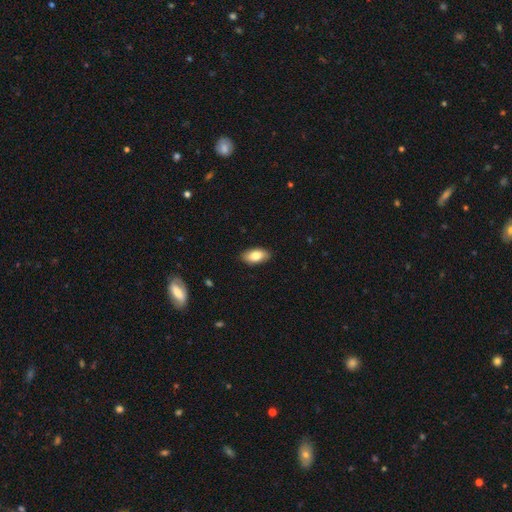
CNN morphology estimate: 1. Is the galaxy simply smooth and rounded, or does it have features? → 81% smooth, 13% featured or disk, 7% star or artifact.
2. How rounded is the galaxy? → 92% in between, 5% cigar-shaped, 3% round.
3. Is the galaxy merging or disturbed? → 88% none, 9% minor disturbance, 2% major disturbance, 1% merger.